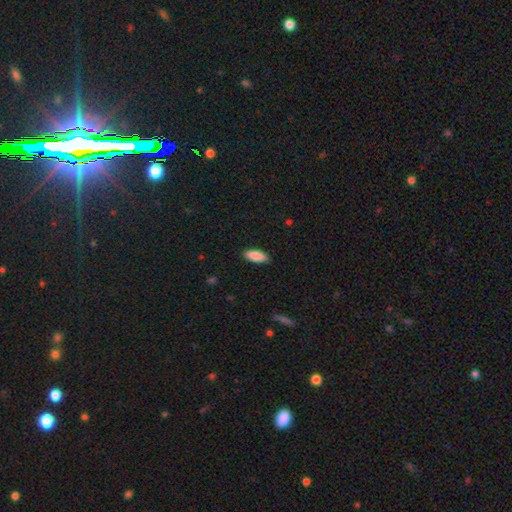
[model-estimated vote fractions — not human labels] The model was most divided on "how rounded": in between: 76%, cigar-shaped: 22%, round: 2%. More confident: smooth or featured — smooth (90%); merging — none (89%).